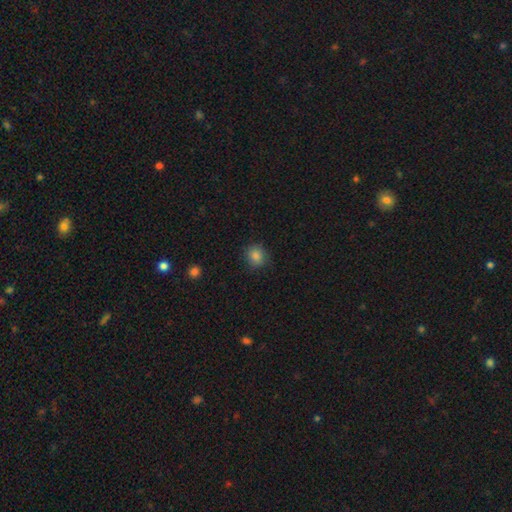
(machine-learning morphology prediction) A smooth galaxy with no disk features (85%) that is round (82%). Merging: none (85%).